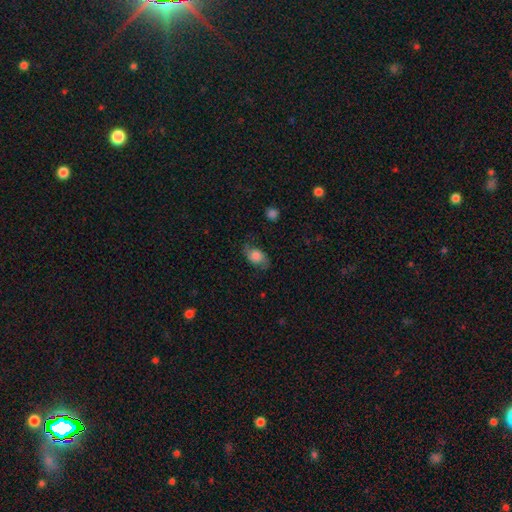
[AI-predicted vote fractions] Smooth or featured: smooth — 62% (featured or disk — 28%)
How rounded: in between — 78% (round — 20%)
Merging: none — 65% (minor disturbance — 23%)